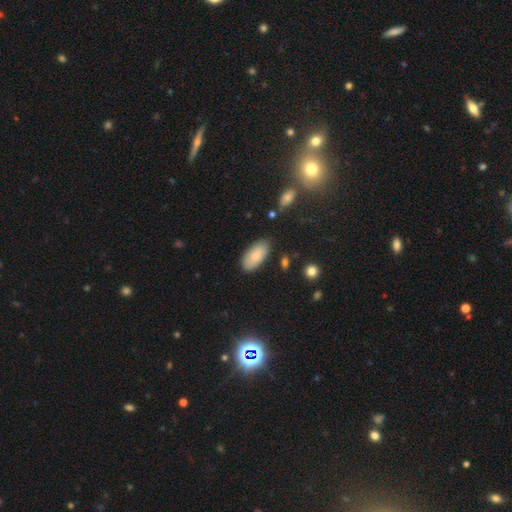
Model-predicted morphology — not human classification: Smooth or featured: smooth — 83% (featured or disk — 11%)
How rounded: in between — 93% (cigar-shaped — 5%)
Merging: none — 81% (minor disturbance — 14%)